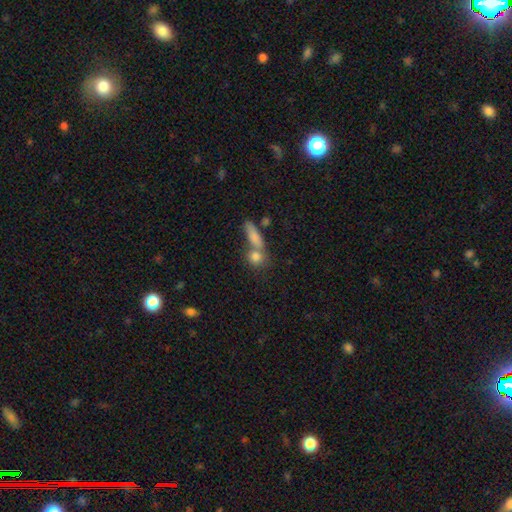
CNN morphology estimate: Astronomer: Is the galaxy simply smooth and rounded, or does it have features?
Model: smooth — 74%.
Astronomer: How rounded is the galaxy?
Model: round — 49% (runner-up: in between, 29%).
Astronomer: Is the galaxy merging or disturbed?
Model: none — 48% (runner-up: merger, 37%).